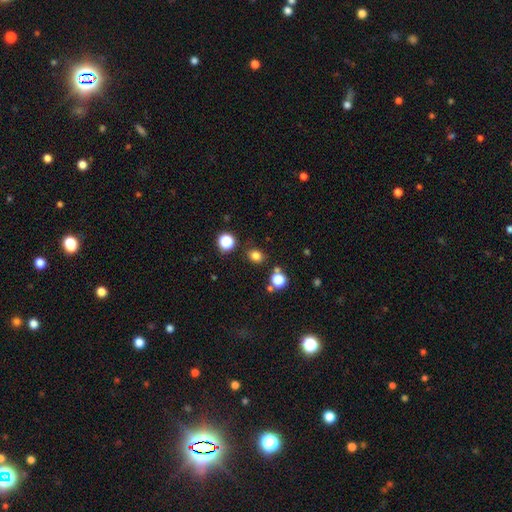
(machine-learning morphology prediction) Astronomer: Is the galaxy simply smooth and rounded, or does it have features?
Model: smooth — 79%.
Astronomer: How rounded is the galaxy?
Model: round — 61% (runner-up: in between, 38%).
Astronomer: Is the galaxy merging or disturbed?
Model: none — 82%.